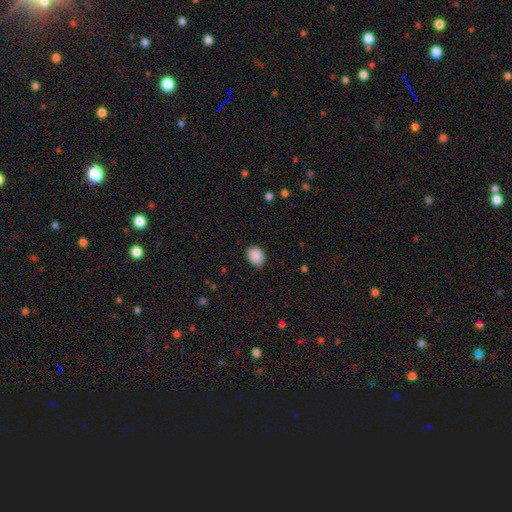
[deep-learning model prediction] Smooth or featured? Predicted: smooth (p=0.89). How rounded? Predicted: in between (p=0.56). Merging? Predicted: none (p=0.84).